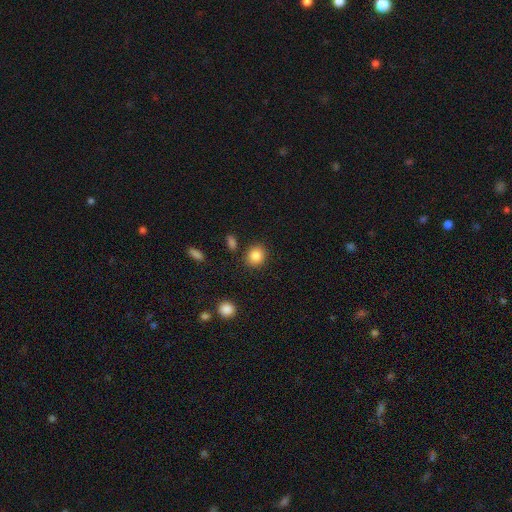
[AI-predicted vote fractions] This appears to be a smooth galaxy with no disk features (86%) that is round (73%). Merging: none (85%).